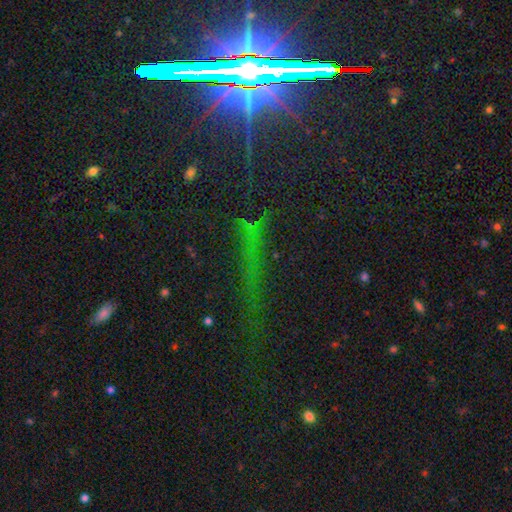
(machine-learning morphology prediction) Smooth or featured? star or artifact (77%)